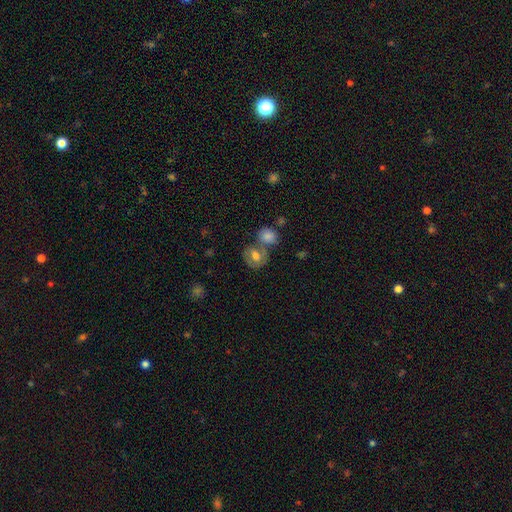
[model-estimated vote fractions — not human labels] Morphology: type=smooth (61%); roundness=round (59%); merging=none (43%).